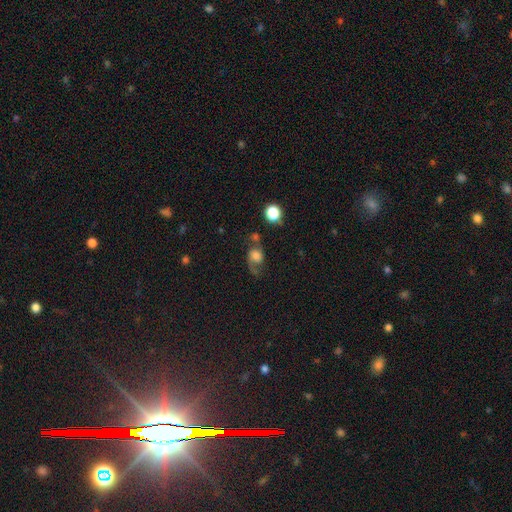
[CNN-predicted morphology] Overall: featured or disk (44%, tied with smooth). Merging: none (36%; major disturbance 31%).